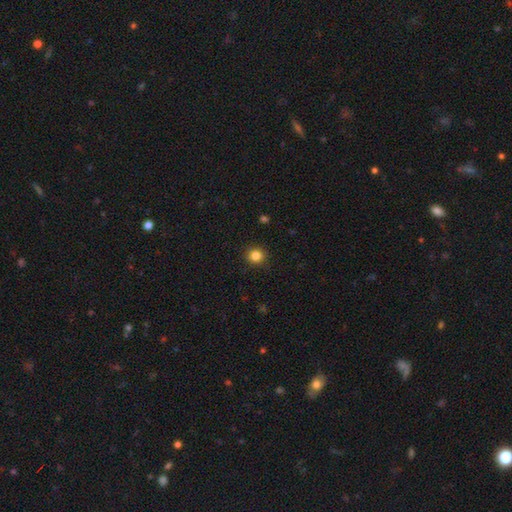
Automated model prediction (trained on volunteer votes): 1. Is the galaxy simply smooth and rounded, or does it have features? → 83% smooth, 12% star or artifact, 5% featured or disk.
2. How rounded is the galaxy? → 92% round, 7% in between, 1% cigar-shaped.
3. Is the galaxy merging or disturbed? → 92% none, 6% minor disturbance, 2% major disturbance, 1% merger.